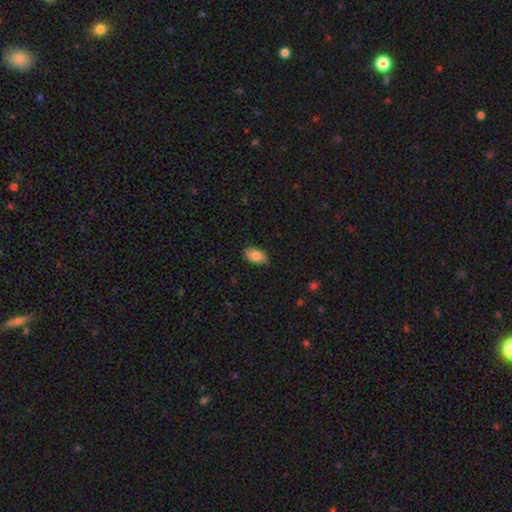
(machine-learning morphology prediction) This appears to be a smooth galaxy with no disk features (86%) that is in between round and cigar-shaped (93%). Merging: none (83%).